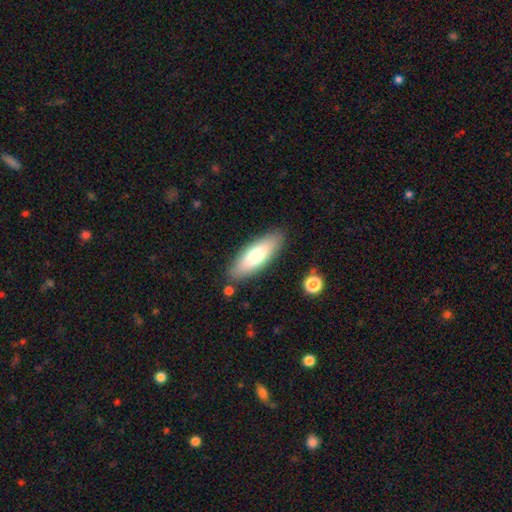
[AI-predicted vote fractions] smooth-or-featured: smooth: 74% | featured or disk: 21% | star or artifact: 6%
  how-rounded: in between: 62% | cigar-shaped: 36% | round: 2%
  merging: none: 85% | minor disturbance: 10% | major disturbance: 2% | merger: 2%